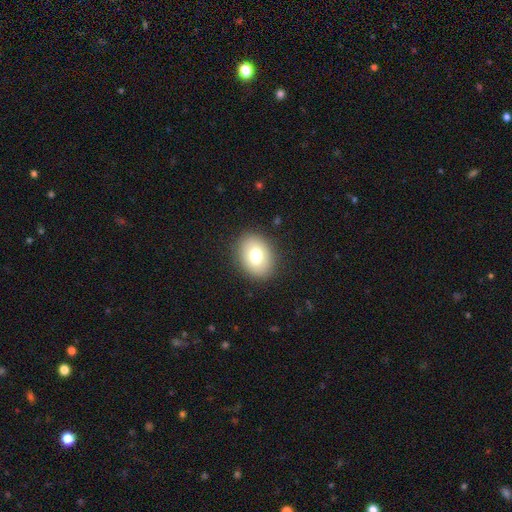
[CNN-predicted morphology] Smooth or featured?
  - smooth: 75% *
  - featured or disk: 16%
  - star or artifact: 9%
How rounded?
  - in between: 67% *
  - round: 32%
  - cigar-shaped: 1%
Merging?
  - none: 88% *
  - minor disturbance: 8%
  - major disturbance: 3%
  - merger: 1%